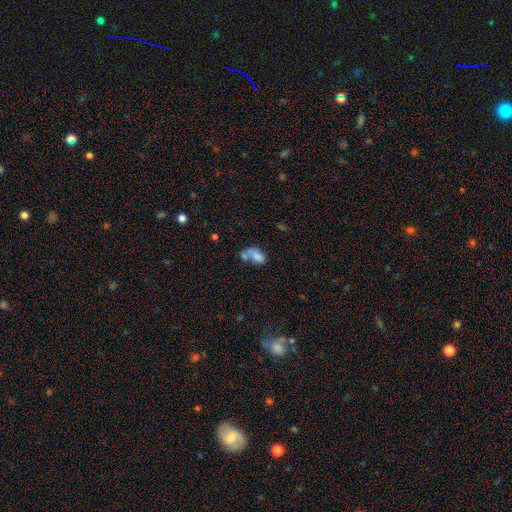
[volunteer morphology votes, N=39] smooth 56%, featured or disk 33%, star or artifact 10%. Down the decision tree: how rounded — in between (86%); merging — merger (66%).